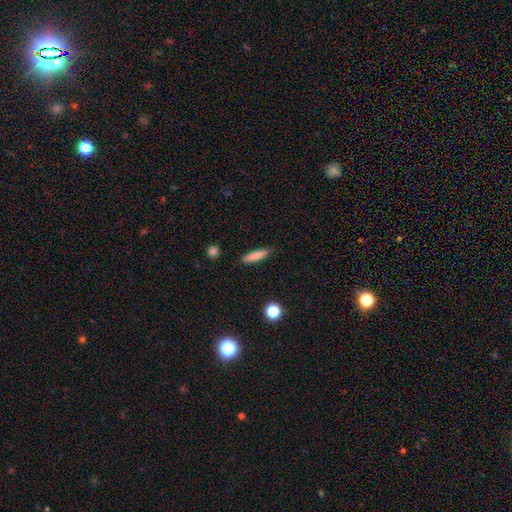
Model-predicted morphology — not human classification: This is clearly a smooth galaxy (81%). How rounded: likely cigar-shaped (79%). Merging: clearly none (88%).